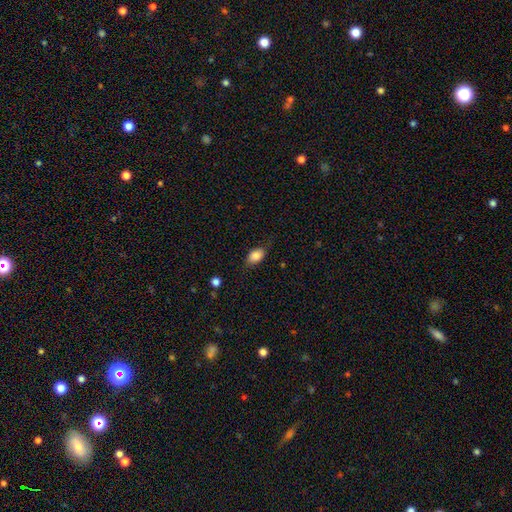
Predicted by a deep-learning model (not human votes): A smooth galaxy with no disk features (84%) that is in between round and cigar-shaped (86%).

Vote fractions:
- Smooth or featured? smooth: 84% / featured or disk: 8% / star or artifact: 8%
- How rounded? in between: 86% / round: 12% / cigar-shaped: 2%
- Merging? none: 76% / minor disturbance: 19% / major disturbance: 4% / merger: 1%